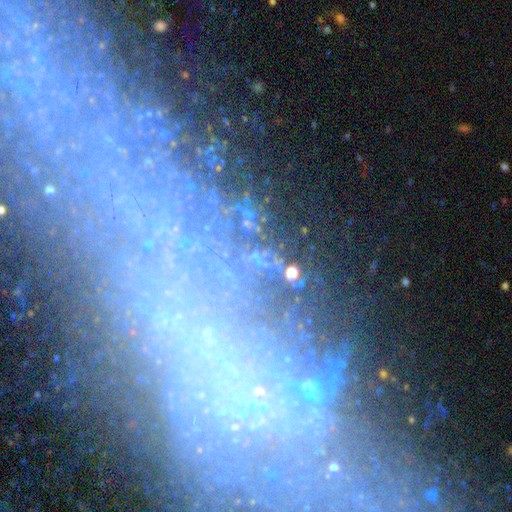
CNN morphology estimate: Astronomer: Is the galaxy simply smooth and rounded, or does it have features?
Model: star or artifact — 55% (runner-up: featured or disk, 31%).